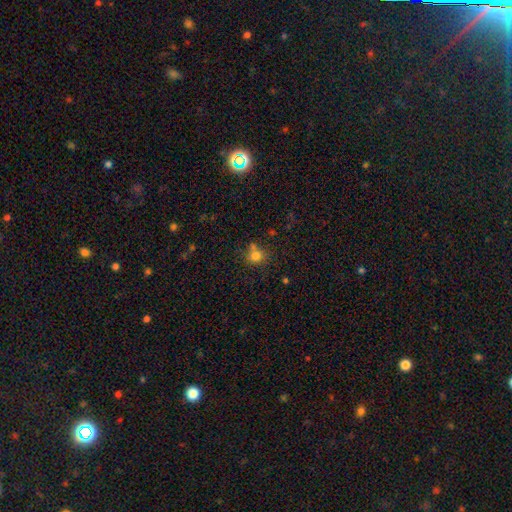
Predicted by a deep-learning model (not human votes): smooth_or_featured: smooth (p=0.79) [alt: star or artifact p=0.13]
how_rounded: round (p=0.73) [alt: in between p=0.26]
merging: none (p=0.61) [alt: merger p=0.20]